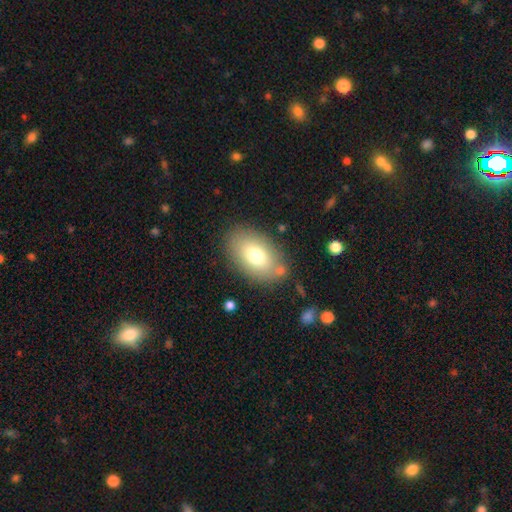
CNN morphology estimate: Smooth or featured? smooth (74%)
How rounded? in between (88%)
Merging? none (80%)